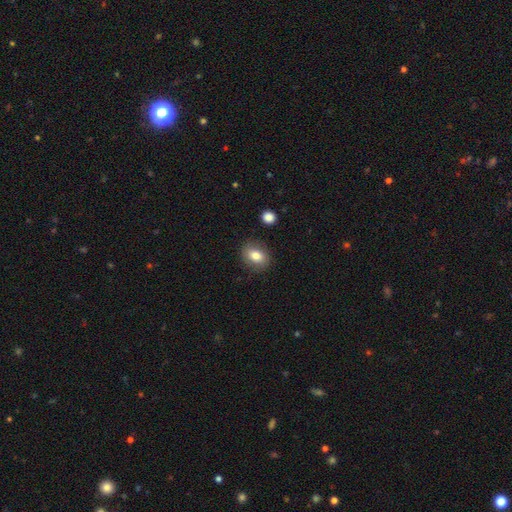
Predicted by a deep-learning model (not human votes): Smooth or featured?
  - smooth: 79% *
  - featured or disk: 12%
  - star or artifact: 9%
How rounded?
  - in between: 62% *
  - round: 36%
  - cigar-shaped: 1%
Merging?
  - none: 84% *
  - minor disturbance: 11%
  - major disturbance: 3%
  - merger: 2%